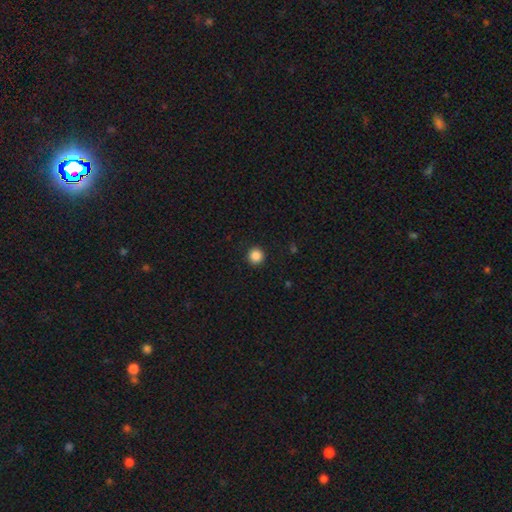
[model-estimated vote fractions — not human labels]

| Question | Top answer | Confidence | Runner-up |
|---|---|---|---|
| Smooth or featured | smooth | 87% | star or artifact (10%) |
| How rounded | round | 95% | in between (4%) |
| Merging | none | 93% | minor disturbance (5%) |